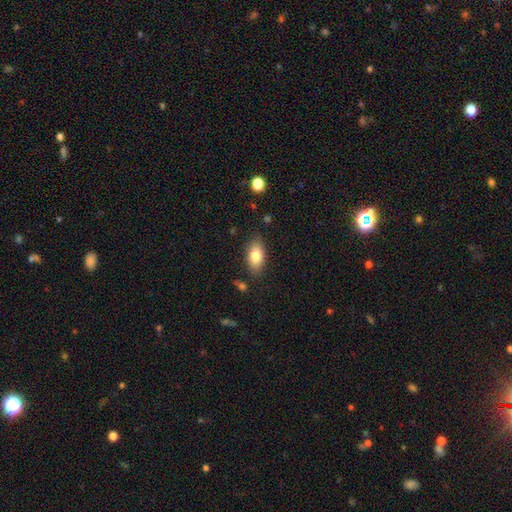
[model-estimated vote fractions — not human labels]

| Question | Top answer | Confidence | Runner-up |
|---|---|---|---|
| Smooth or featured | smooth | 81% | featured or disk (12%) |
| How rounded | in between | 90% | cigar-shaped (5%) |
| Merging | none | 83% | minor disturbance (12%) |